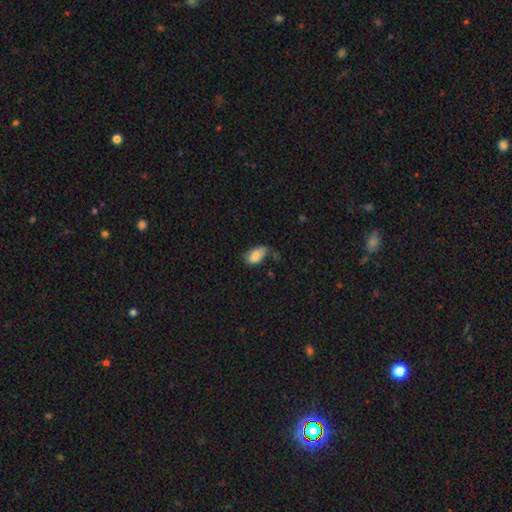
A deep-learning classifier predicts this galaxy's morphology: Smooth or featured? Predicted: smooth (p=0.84). How rounded? Predicted: in between (p=0.93). Merging? Predicted: none (p=0.48).